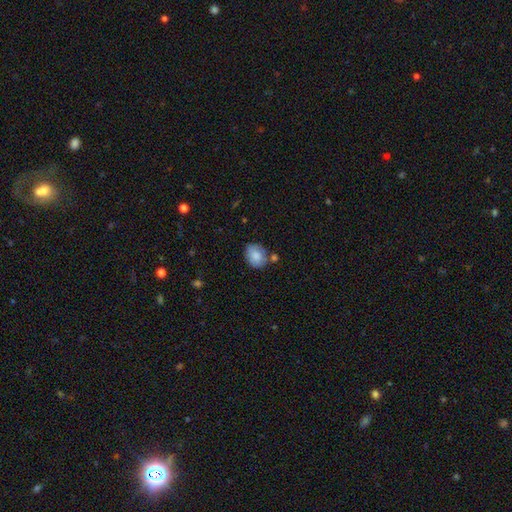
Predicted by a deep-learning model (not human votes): This is likely a smooth galaxy (79%). How rounded: possibly in between (57%). Merging: likely none (61%).